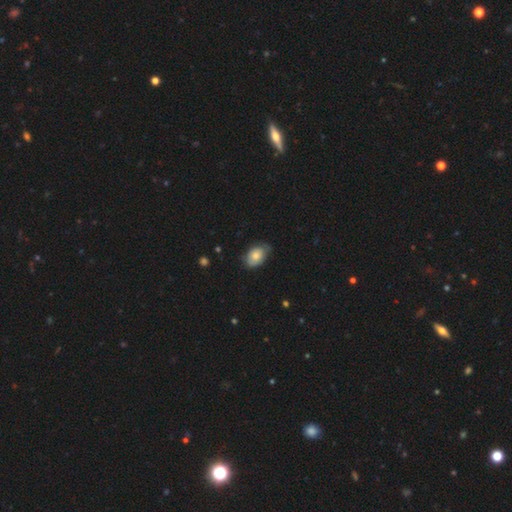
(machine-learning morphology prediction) This appears to be a smooth galaxy with no disk features (72%) that is in between round and cigar-shaped (83%). Merging: none (62%).